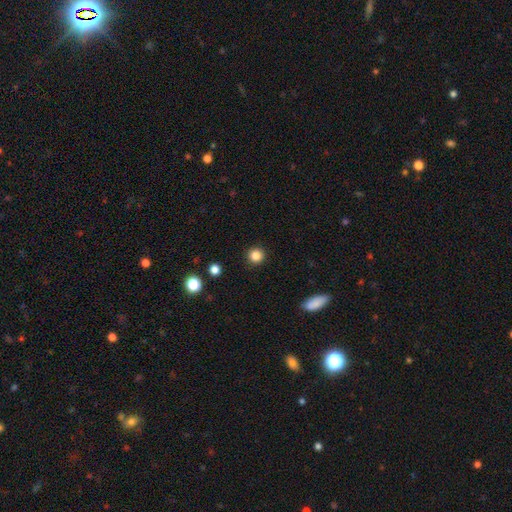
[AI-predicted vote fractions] A smooth galaxy with no disk features (85%) that is round (95%).

Vote fractions:
- Smooth or featured? smooth: 85% / star or artifact: 11% / featured or disk: 4%
- How rounded? round: 95% / in between: 4% / cigar-shaped: 1%
- Merging? none: 92% / minor disturbance: 5% / major disturbance: 2% / merger: 1%